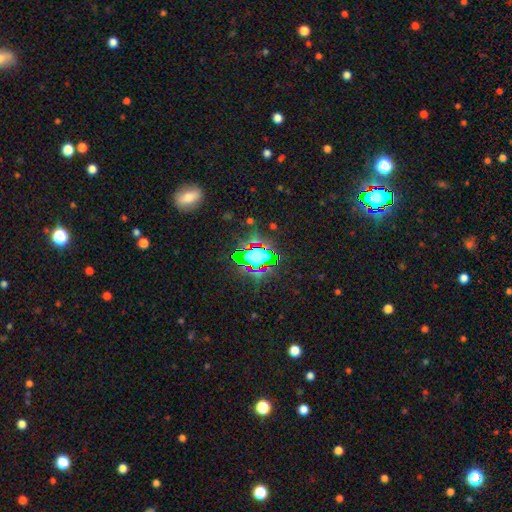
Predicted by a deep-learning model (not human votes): A star or artifact, not a galaxy (60%).